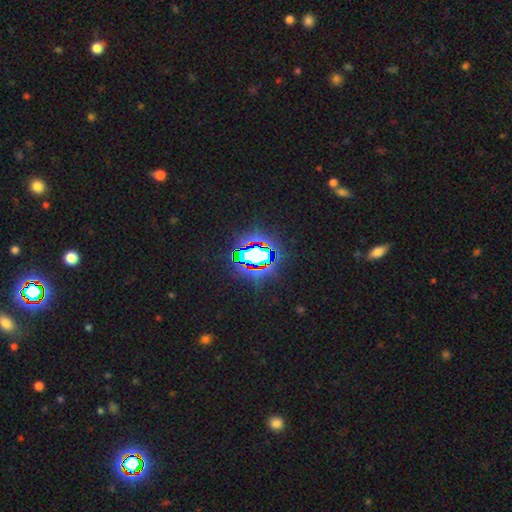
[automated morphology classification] Smooth or featured: star or artifact — 73% (smooth — 16%)